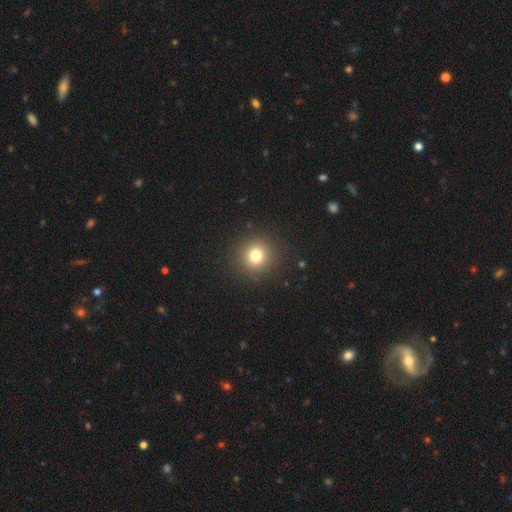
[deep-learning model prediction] Smooth or featured?
  - smooth: 77% *
  - star or artifact: 15%
  - featured or disk: 8%
How rounded?
  - round: 93% *
  - in between: 6%
  - cigar-shaped: 1%
Merging?
  - none: 91% *
  - minor disturbance: 5%
  - major disturbance: 2%
  - merger: 1%